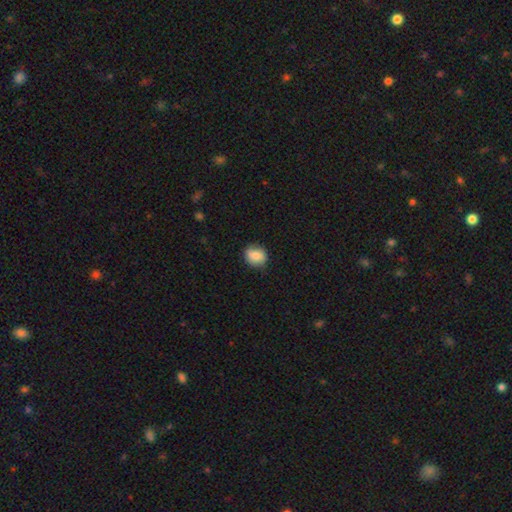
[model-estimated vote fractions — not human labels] This is clearly a smooth galaxy (82%). How rounded: likely round (67%). Merging: clearly none (83%).